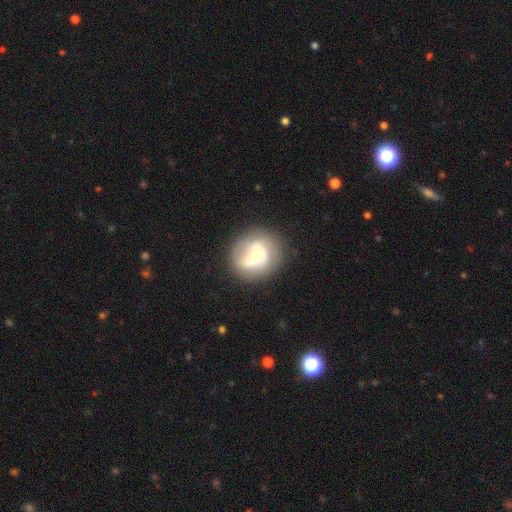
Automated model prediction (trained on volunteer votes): Q: Smooth or featured?
A: featured or disk (61%); runner-up: smooth (32%)
Q: Edge-on disk?
A: no (98%); runner-up: yes (2%)
Q: Bar?
A: no (57%); runner-up: weak (34%)
Q: Spiral arms?
A: yes (82%); runner-up: no (18%)
Q: Bulge size?
A: small (52%); runner-up: moderate (36%)
Q: Merging?
A: none (70%); runner-up: minor disturbance (17%)